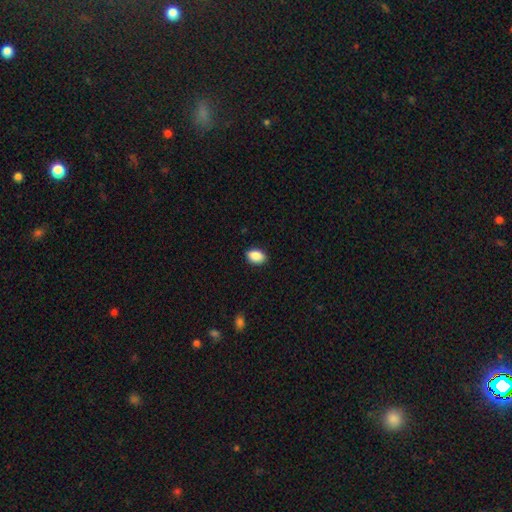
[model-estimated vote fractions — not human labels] smooth-or-featured: smooth: 89% | star or artifact: 7% | featured or disk: 4%
  how-rounded: in between: 85% | round: 14% | cigar-shaped: 1%
  merging: none: 89% | minor disturbance: 8% | major disturbance: 2% | merger: 1%